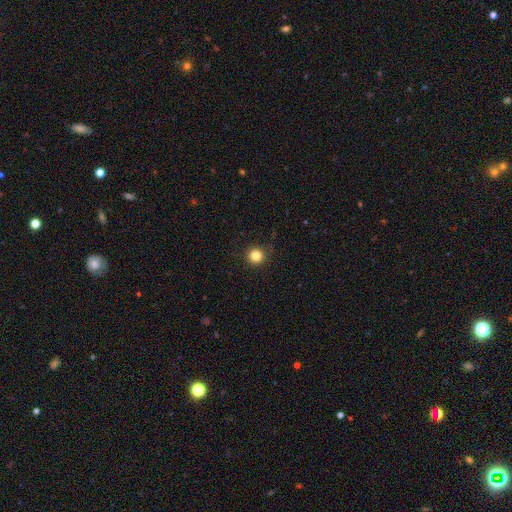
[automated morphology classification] A smooth galaxy with no disk features (83%) that is round (95%).

Vote fractions:
- Smooth or featured? smooth: 83% / star or artifact: 12% / featured or disk: 5%
- How rounded? round: 95% / in between: 4% / cigar-shaped: 1%
- Merging? none: 90% / minor disturbance: 7% / major disturbance: 2% / merger: 1%